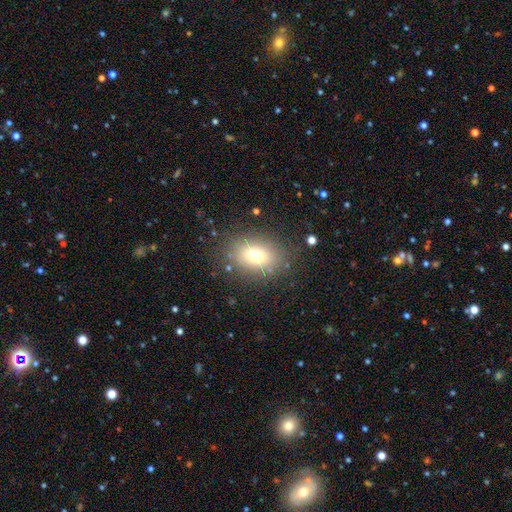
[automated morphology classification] Smooth or featured? smooth (72%)
How rounded? in between (64%)
Merging? none (81%)